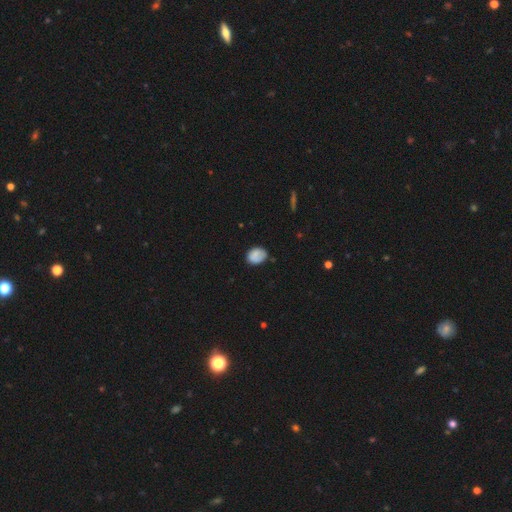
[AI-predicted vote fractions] Smooth or featured? Predicted: smooth (p=0.81). How rounded? Predicted: in between (p=0.59). Merging? Predicted: none (p=0.73).